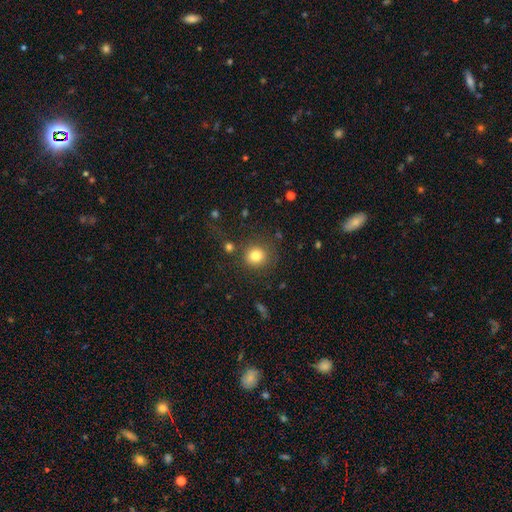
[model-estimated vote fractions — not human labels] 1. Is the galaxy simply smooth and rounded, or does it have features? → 81% smooth, 12% star or artifact, 7% featured or disk.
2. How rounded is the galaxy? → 89% round, 10% in between, 1% cigar-shaped.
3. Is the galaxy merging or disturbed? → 81% none, 9% minor disturbance, 5% merger, 5% major disturbance.